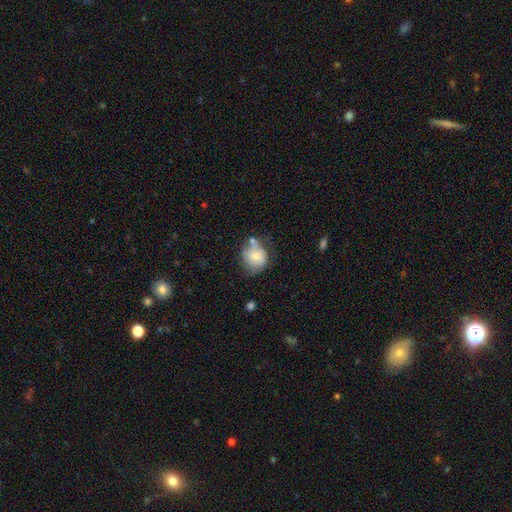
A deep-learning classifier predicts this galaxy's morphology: This appears to be a smooth galaxy with no disk features (63%) that is round (71%). Merging: none (44%).